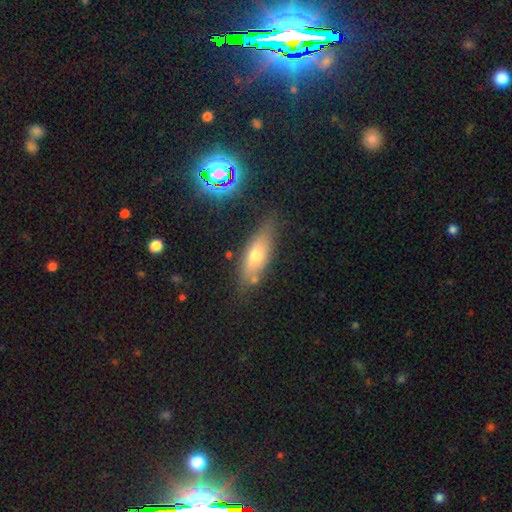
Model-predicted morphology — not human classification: Smooth or featured: smooth — 57% (featured or disk — 32%)
How rounded: in between — 59% (cigar-shaped — 38%)
Merging: none — 73% (minor disturbance — 18%)